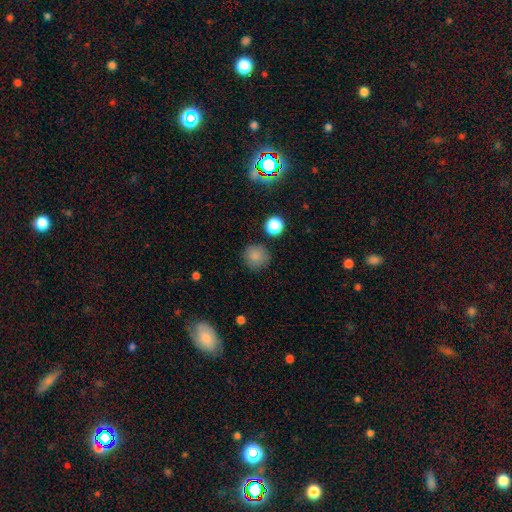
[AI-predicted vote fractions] A smooth galaxy with no disk features (84%) that is round (92%).

Vote fractions:
- Smooth or featured? smooth: 84% / star or artifact: 11% / featured or disk: 5%
- How rounded? round: 92% / in between: 7% / cigar-shaped: 1%
- Merging? none: 85% / minor disturbance: 10% / major disturbance: 3% / merger: 2%